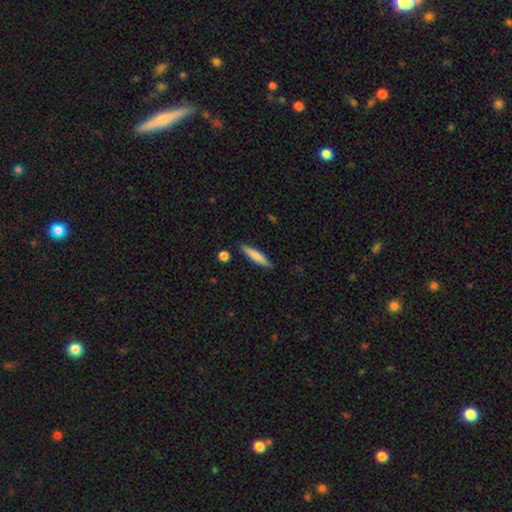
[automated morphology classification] Smooth or featured? Predicted: smooth (p=0.73). How rounded? Predicted: cigar-shaped (p=0.89). Merging? Predicted: none (p=0.87).